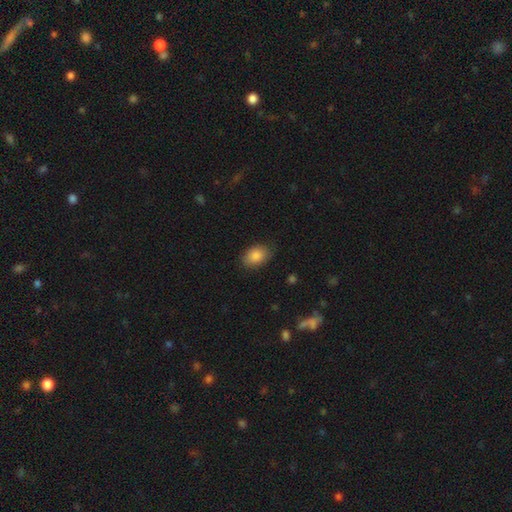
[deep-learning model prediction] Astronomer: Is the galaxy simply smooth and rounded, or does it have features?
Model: smooth — 87%.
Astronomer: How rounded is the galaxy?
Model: in between — 80%.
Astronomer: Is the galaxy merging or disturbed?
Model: none — 80%.